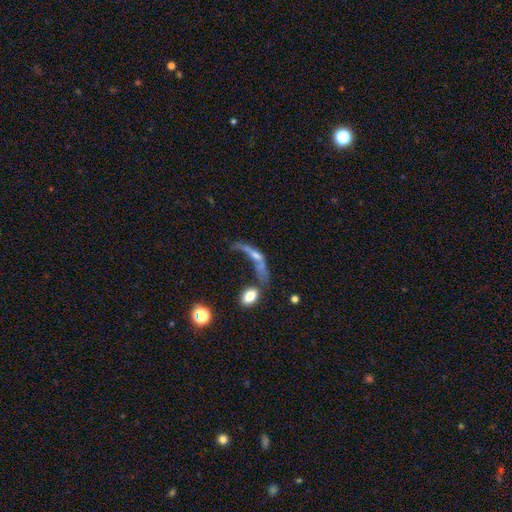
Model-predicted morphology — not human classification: Smooth or featured? Predicted: featured or disk (p=0.49). Merging? Predicted: merger (p=0.39).